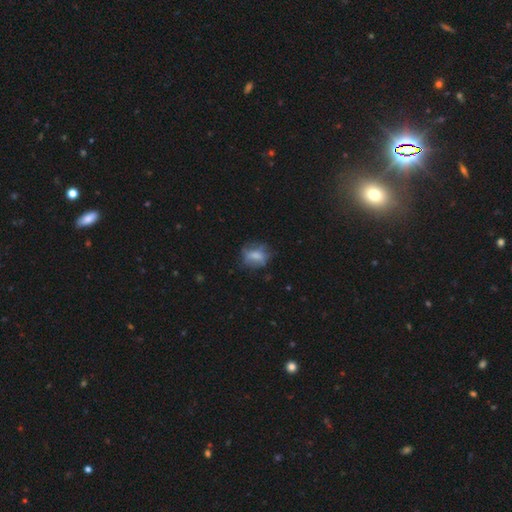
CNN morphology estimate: A smooth galaxy with no disk features (59%) that is in between round and cigar-shaped (59%).

Vote fractions:
- Smooth or featured? smooth: 59% / featured or disk: 30% / star or artifact: 10%
- How rounded? in between: 59% / round: 38% / cigar-shaped: 3%
- Merging? none: 58% / minor disturbance: 25% / major disturbance: 15% / merger: 2%